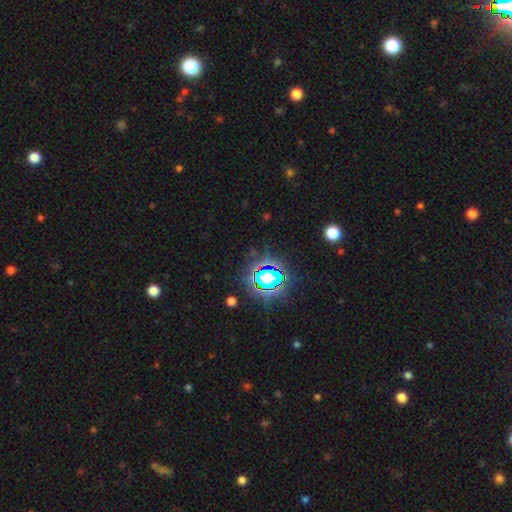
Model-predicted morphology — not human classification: type=star or artifact (79%).